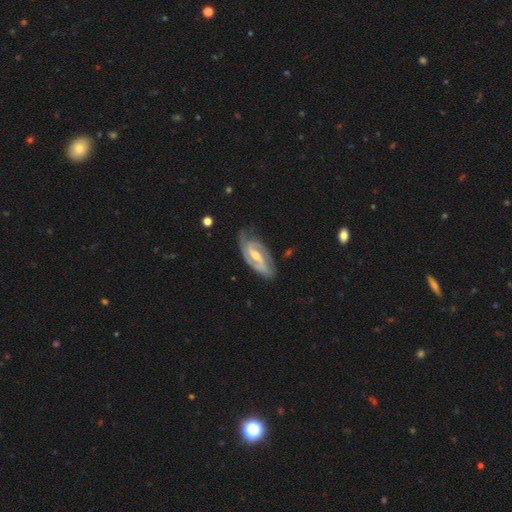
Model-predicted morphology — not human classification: A featured or disk galaxy (90%) with a weak bar (44%), 2 (85%) medium (46%) spiral arms (97%) and a moderate central bulge (54%).

Vote fractions:
- Smooth or featured? featured or disk: 90% / smooth: 6% / star or artifact: 4%
- Edge-on disk? no: 95% / yes: 5%
- Bar? weak: 44% / strong: 40% / no: 17%
- Spiral arms? yes: 97% / no: 3%
- Spiral winding? medium: 46% / tight: 43% / loose: 11%
- Spiral arm count? 2: 85% / can't tell: 5% / 3: 5% / 1: 3% / 4: 1% / more than 4: 1%
- Bulge size? moderate: 54% / small: 40% / large: 2% / none: 2% / dominant: 1%
- Merging? none: 74% / minor disturbance: 19% / major disturbance: 5% / merger: 2%